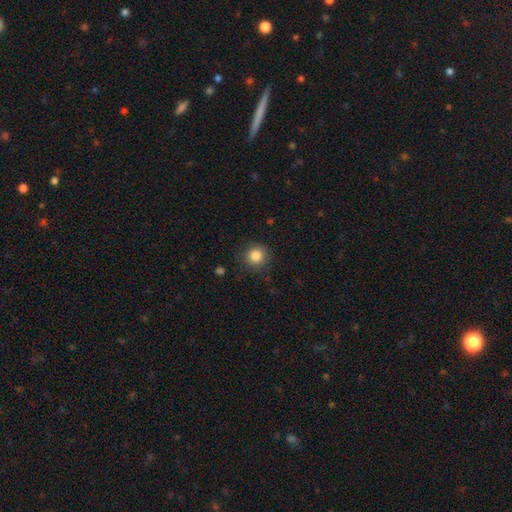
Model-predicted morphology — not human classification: This is clearly a smooth galaxy (84%). How rounded: clearly round (91%). Merging: clearly none (87%).